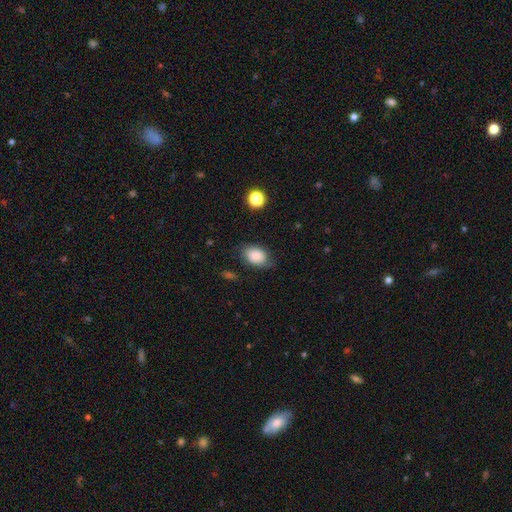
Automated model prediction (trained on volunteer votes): The model was most divided on "merging": none: 68%, minor disturbance: 23%, major disturbance: 7%, merger: 2%. More confident: smooth or featured — smooth (82%); how rounded — in between (80%).